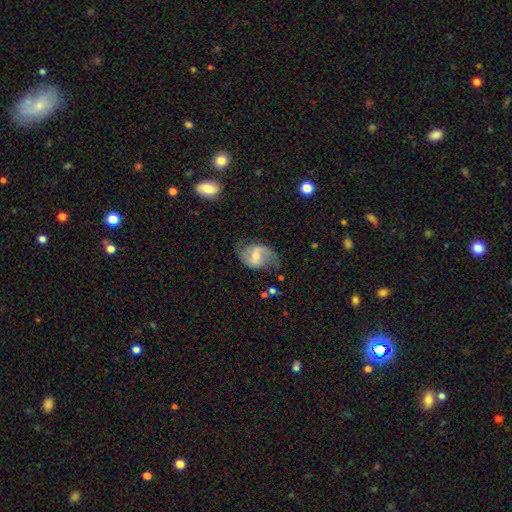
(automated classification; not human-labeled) The model was most divided on "bulge size": moderate: 51%, small: 42%, large: 3%, none: 2%, dominant: 1%. Remaining: edge-on disk — no (97%); spiral arm count — 2 (86%); spiral arms — yes (86%); smooth or featured — featured or disk (69%); merging — none (63%); bar — weak (51%); spiral winding — loose (49%).